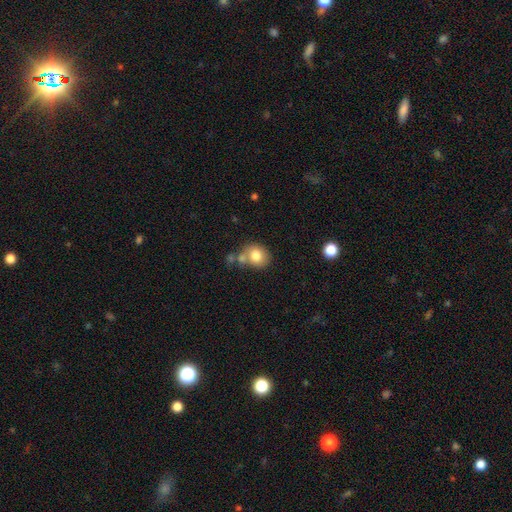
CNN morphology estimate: Smooth or featured: smooth — 78% (featured or disk — 12%)
How rounded: round — 69% (in between — 30%)
Merging: none — 54% (merger — 25%)